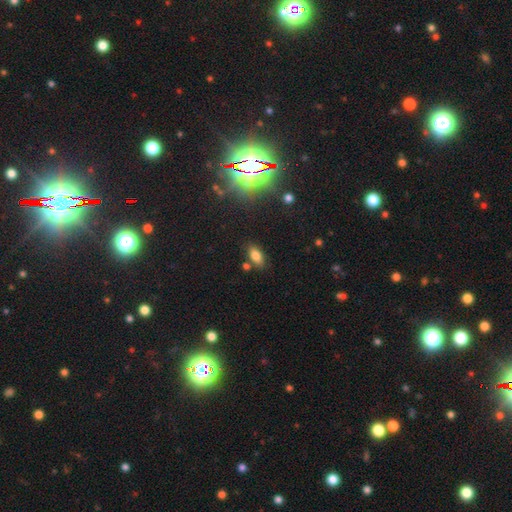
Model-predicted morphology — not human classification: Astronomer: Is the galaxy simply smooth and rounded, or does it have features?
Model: smooth — 79%.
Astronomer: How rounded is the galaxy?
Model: in between — 89%.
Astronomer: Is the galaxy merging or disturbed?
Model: none — 77%.